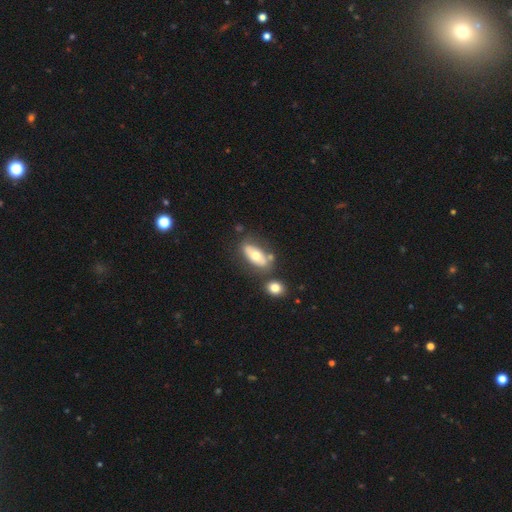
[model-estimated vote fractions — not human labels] Morphology: type=smooth (56%); roundness=in between (84%); merging=none (61%).